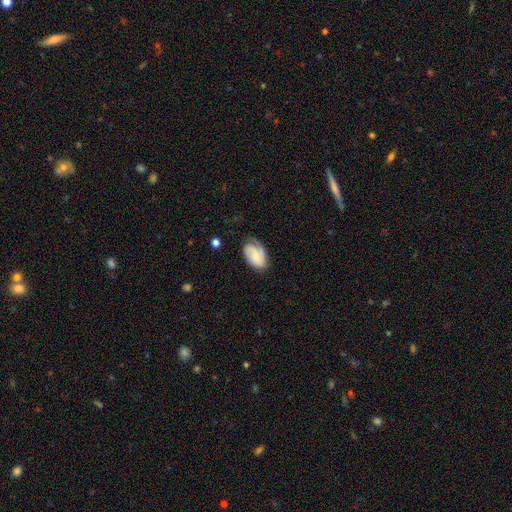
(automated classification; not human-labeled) featured or disk 52%, smooth 42%, star or artifact 7%. Down the decision tree: edge-on disk — no (96%); merging — none (60%).